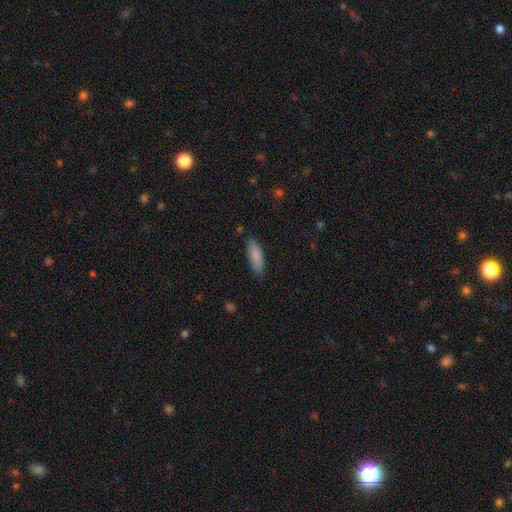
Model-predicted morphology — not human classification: A smooth galaxy with no disk features (87%) that is in between round and cigar-shaped (51%).

Vote fractions:
- Smooth or featured? smooth: 87% / featured or disk: 7% / star or artifact: 6%
- How rounded? in between: 51% / cigar-shaped: 48% / round: 2%
- Merging? none: 84% / minor disturbance: 13% / major disturbance: 2% / merger: 1%